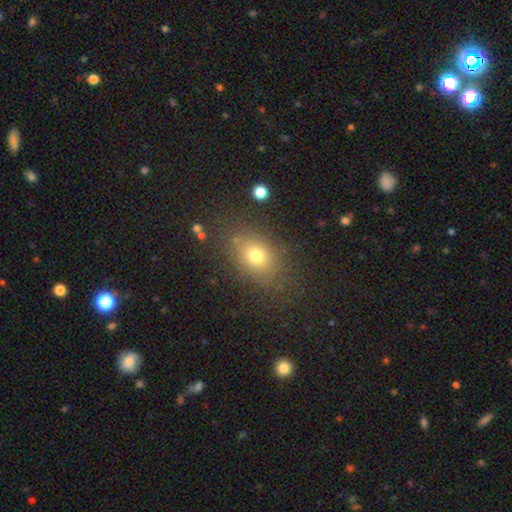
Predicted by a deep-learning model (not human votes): Smooth or featured? Predicted: smooth (p=0.73). How rounded? Predicted: in between (p=0.64). Merging? Predicted: none (p=0.77).